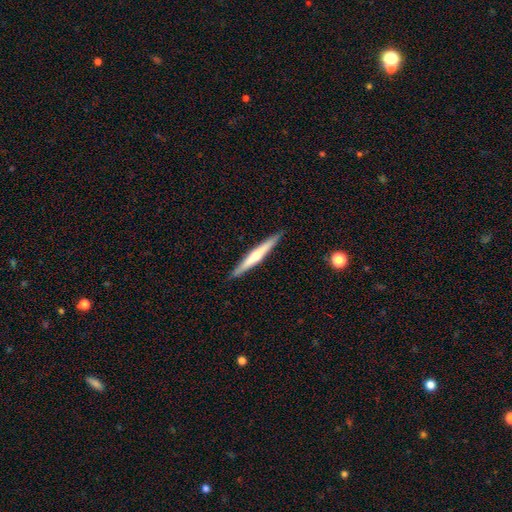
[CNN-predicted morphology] Q: Smooth or featured?
A: featured or disk (57%); runner-up: smooth (38%)
Q: Edge-on disk?
A: yes (97%); runner-up: no (3%)
Q: Edge-on bulge?
A: rounded (70%); runner-up: none (25%)
Q: Merging?
A: none (90%); runner-up: minor disturbance (7%)